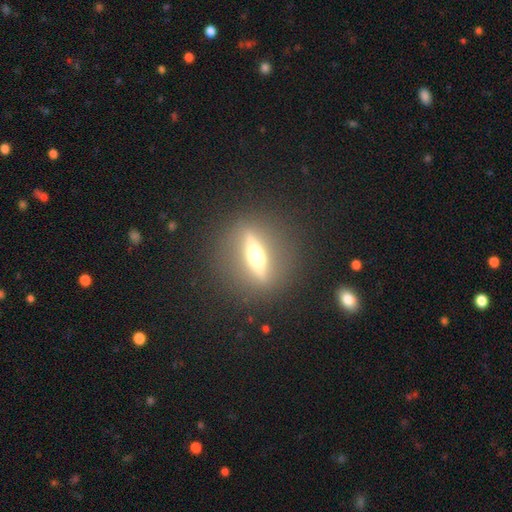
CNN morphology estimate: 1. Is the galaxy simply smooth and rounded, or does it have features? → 75% featured or disk, 17% smooth, 8% star or artifact.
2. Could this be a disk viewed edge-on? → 84% yes, 16% no.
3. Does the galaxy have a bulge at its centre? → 94% rounded, 4% boxy, 2% none.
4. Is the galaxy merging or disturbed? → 86% none, 8% minor disturbance, 5% major disturbance, 1% merger.